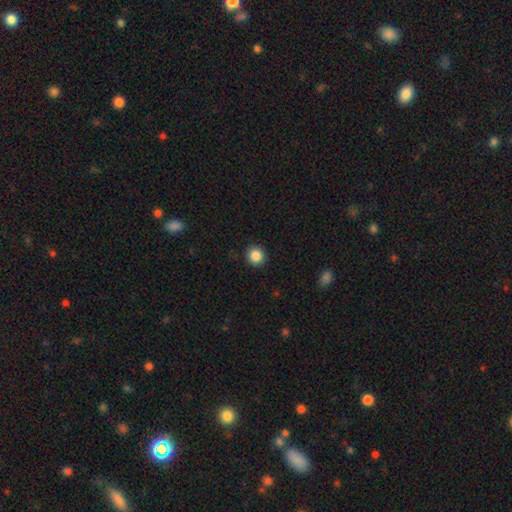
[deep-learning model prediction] Morphology: type=smooth (87%); roundness=round (93%); merging=none (92%).